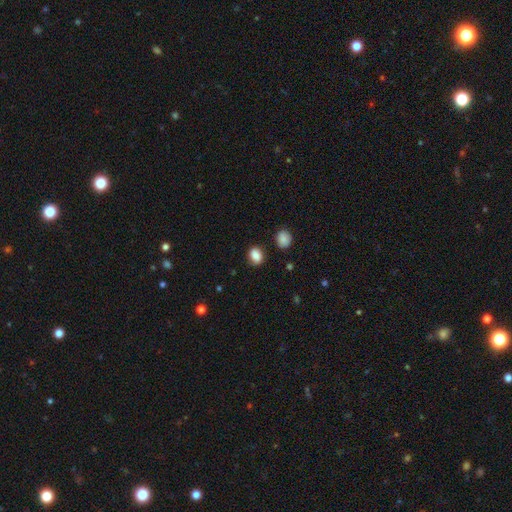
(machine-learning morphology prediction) Smooth or featured? smooth (82%)
How rounded? in between (55%)
Merging? none (80%)